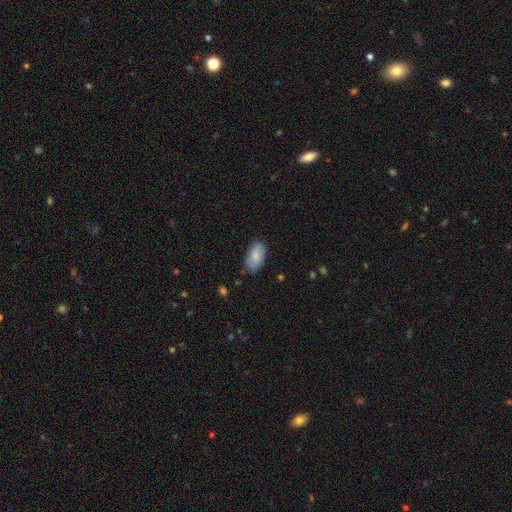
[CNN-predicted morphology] Smooth or featured: smooth — 84% (featured or disk — 10%)
How rounded: in between — 94% (round — 3%)
Merging: none — 80% (minor disturbance — 15%)